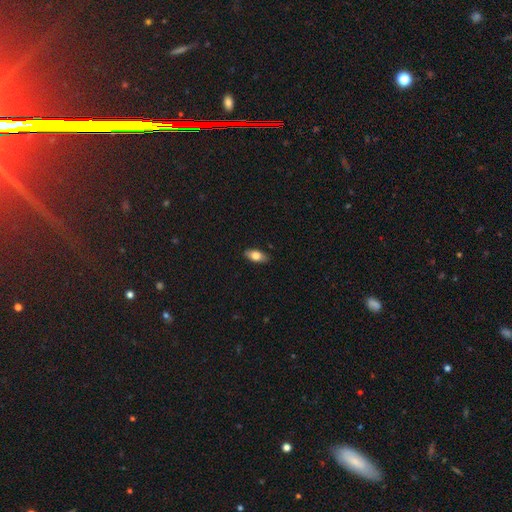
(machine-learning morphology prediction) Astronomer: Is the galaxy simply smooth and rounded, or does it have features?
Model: smooth — 76%.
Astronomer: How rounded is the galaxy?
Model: in between — 87%.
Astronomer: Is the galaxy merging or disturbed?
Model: none — 87%.